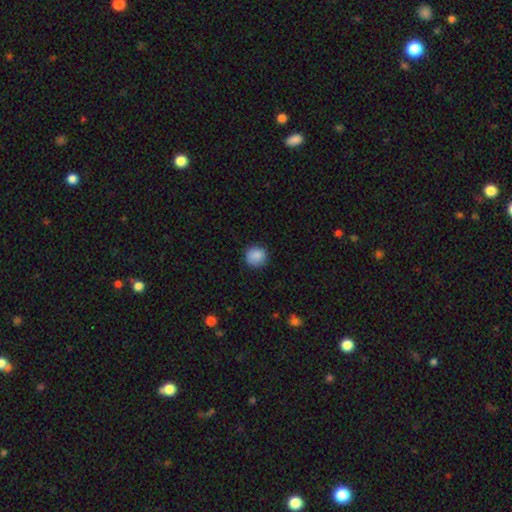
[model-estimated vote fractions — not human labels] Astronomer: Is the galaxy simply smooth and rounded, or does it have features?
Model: smooth — 88%.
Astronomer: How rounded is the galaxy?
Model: round — 89%.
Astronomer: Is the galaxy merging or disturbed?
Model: none — 85%.